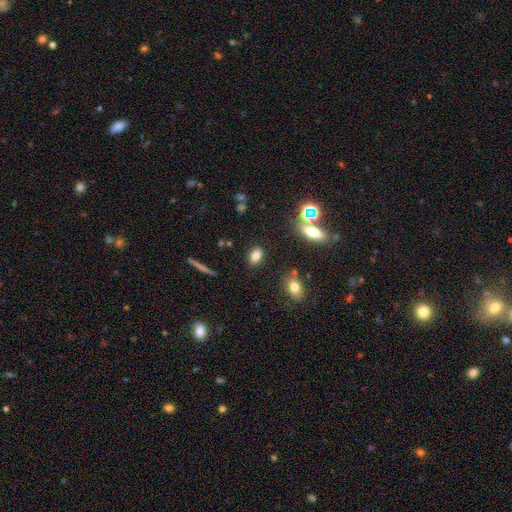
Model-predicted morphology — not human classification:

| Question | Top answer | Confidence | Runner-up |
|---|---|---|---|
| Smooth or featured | smooth | 79% | star or artifact (12%) |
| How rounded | in between | 83% | round (13%) |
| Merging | none | 84% | minor disturbance (10%) |